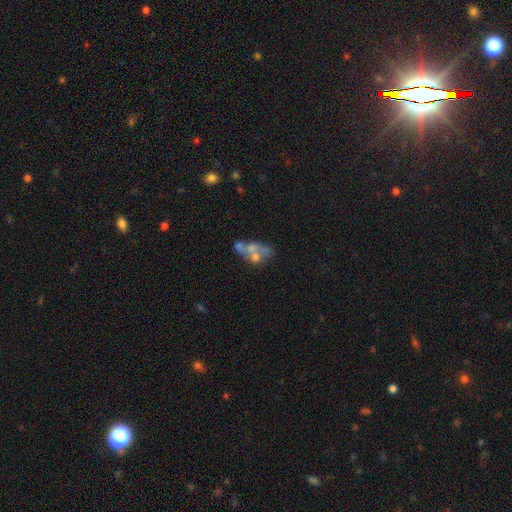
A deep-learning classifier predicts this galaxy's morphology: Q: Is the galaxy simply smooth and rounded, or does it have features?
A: star or artifact — 49%.